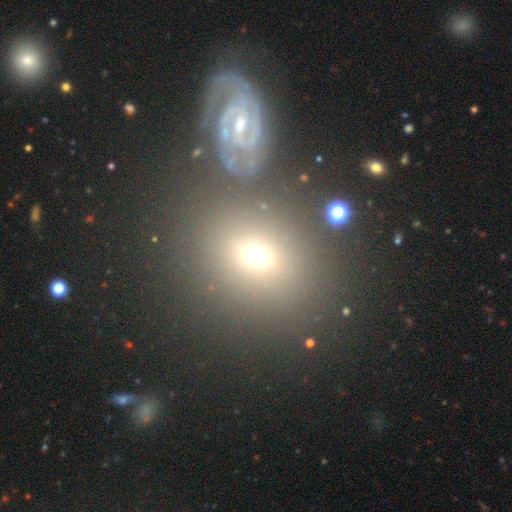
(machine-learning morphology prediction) Smooth or featured? smooth (67%)
How rounded? round (60%)
Merging? none (71%)